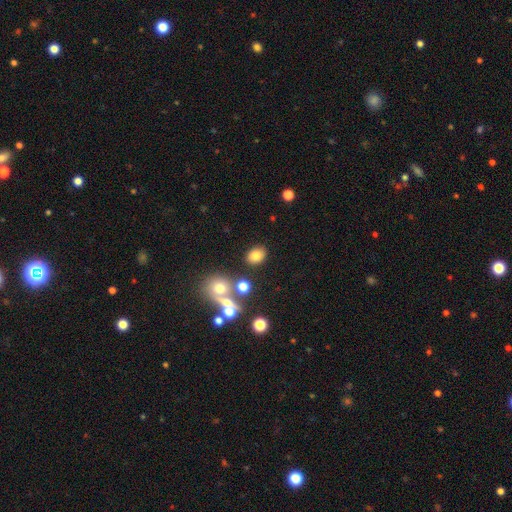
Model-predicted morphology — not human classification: A smooth galaxy with no disk features (77%) that is in between round and cigar-shaped (57%).

Vote fractions:
- Smooth or featured? smooth: 77% / star or artifact: 14% / featured or disk: 9%
- How rounded? in between: 57% / round: 42% / cigar-shaped: 1%
- Merging? none: 81% / minor disturbance: 9% / merger: 6% / major disturbance: 4%